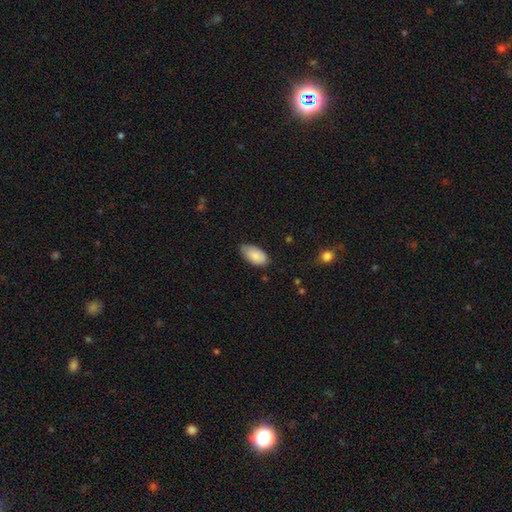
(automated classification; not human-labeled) Q: Smooth or featured?
A: smooth (85%); runner-up: featured or disk (8%)
Q: How rounded?
A: in between (95%); runner-up: round (3%)
Q: Merging?
A: none (68%); runner-up: minor disturbance (27%)